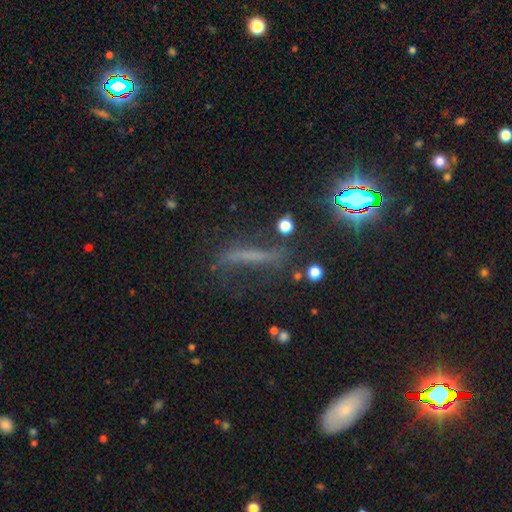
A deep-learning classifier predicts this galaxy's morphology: Smooth or featured: featured or disk — 38% (star or artifact — 33%)
Merging: none — 56% (minor disturbance — 20%)